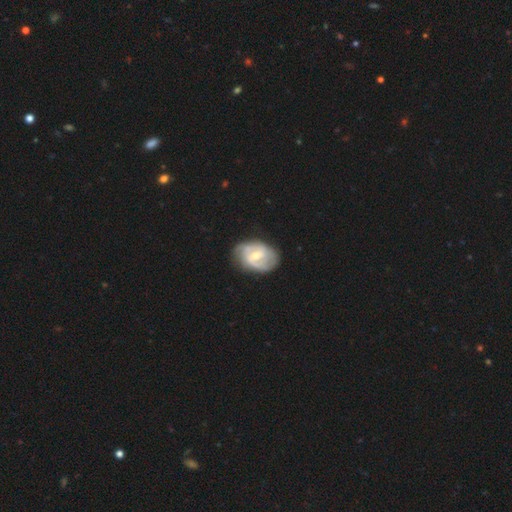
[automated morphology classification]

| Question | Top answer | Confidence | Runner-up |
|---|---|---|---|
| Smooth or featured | featured or disk | 78% | smooth (17%) |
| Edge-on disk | no | 97% | yes (3%) |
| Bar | weak | 55% | no (28%) |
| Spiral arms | yes | 89% | no (11%) |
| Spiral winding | tight | 45% | medium (39%) |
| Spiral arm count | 2 | 57% | can't tell (24%) |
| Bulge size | moderate | 56% | small (39%) |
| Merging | none | 71% | minor disturbance (21%) |